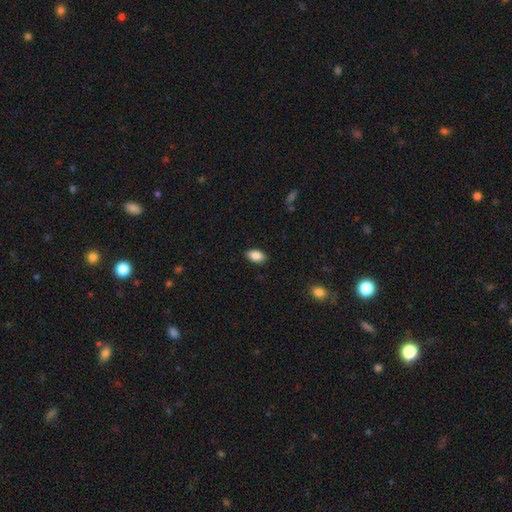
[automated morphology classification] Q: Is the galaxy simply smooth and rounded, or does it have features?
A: smooth — 87%.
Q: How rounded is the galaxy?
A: in between — 92%.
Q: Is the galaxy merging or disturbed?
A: none — 88%.